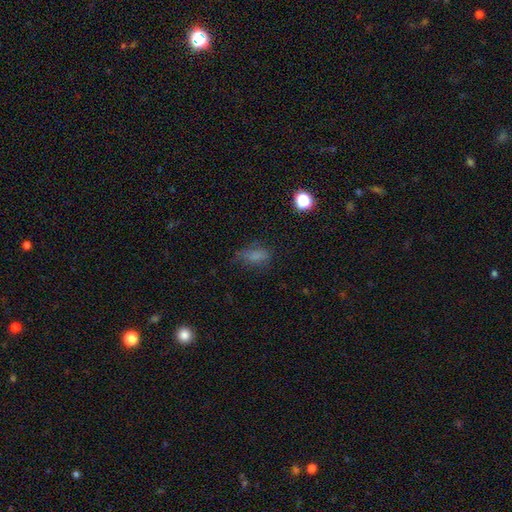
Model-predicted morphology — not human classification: smooth 70%, star or artifact 17%, featured or disk 13%. Down the decision tree: how rounded — in between (81%); merging — none (54%).